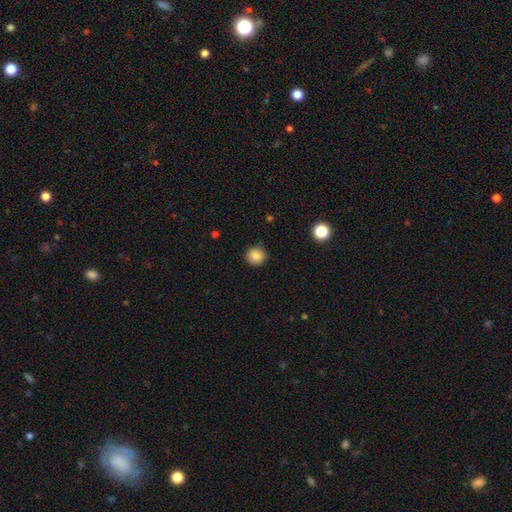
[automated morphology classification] smooth_or_featured: smooth (p=0.85) [alt: star or artifact p=0.10]
how_rounded: round (p=0.92) [alt: in between p=0.07]
merging: none (p=0.90) [alt: minor disturbance p=0.07]